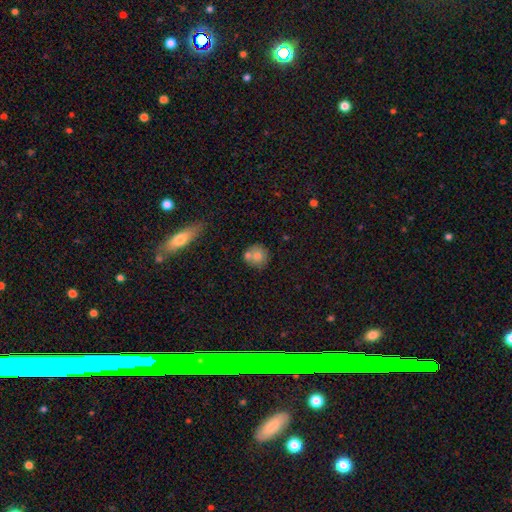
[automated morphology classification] smooth 74%, featured or disk 17%, star or artifact 9%. Down the decision tree: how rounded — round (88%); merging — none (53%).